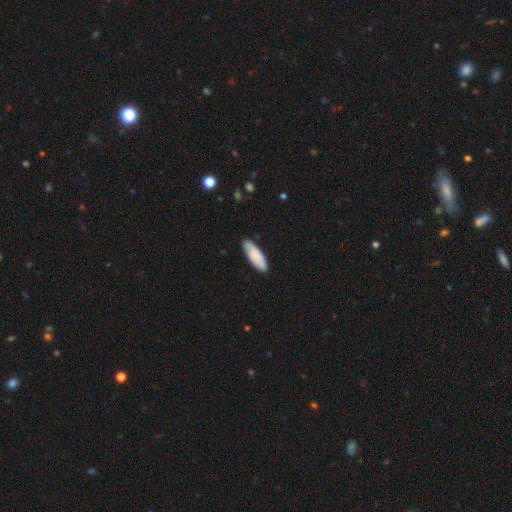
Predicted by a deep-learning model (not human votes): Smooth or featured? Predicted: smooth (p=0.77). How rounded? Predicted: in between (p=0.64). Merging? Predicted: none (p=0.80).